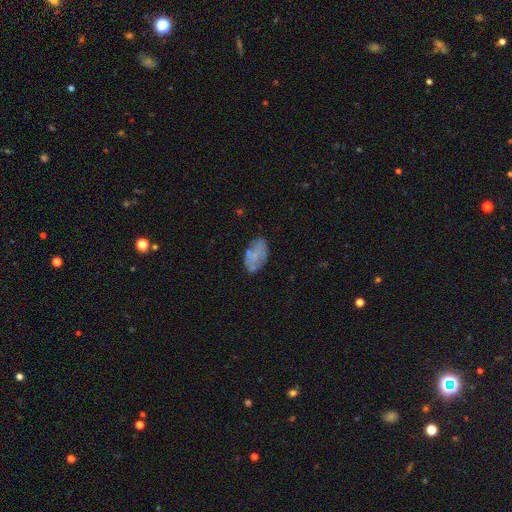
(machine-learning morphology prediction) Smooth or featured?
  - smooth: 51% *
  - featured or disk: 37%
  - star or artifact: 11%
How rounded?
  - in between: 93% *
  - round: 5%
  - cigar-shaped: 3%
Merging?
  - none: 63% *
  - minor disturbance: 23%
  - major disturbance: 10%
  - merger: 4%